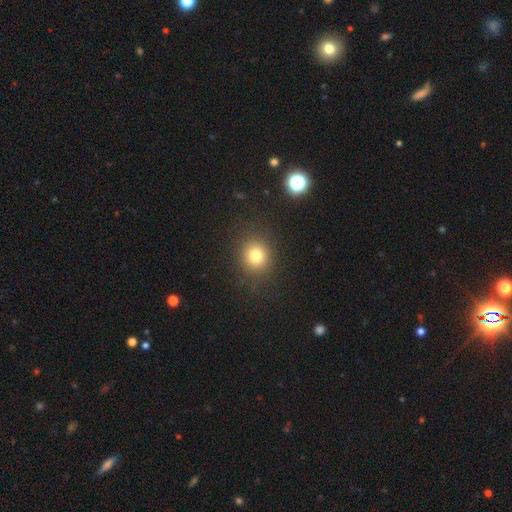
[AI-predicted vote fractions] A smooth galaxy with no disk features (78%) that is round (87%). Merging: none (89%).